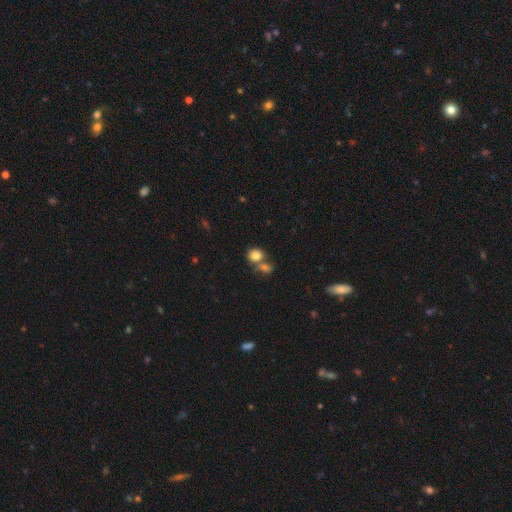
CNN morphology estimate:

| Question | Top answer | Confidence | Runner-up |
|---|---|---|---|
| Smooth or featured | smooth | 82% | star or artifact (10%) |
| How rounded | round | 62% | in between (37%) |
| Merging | merger | 44% | none (42%) |